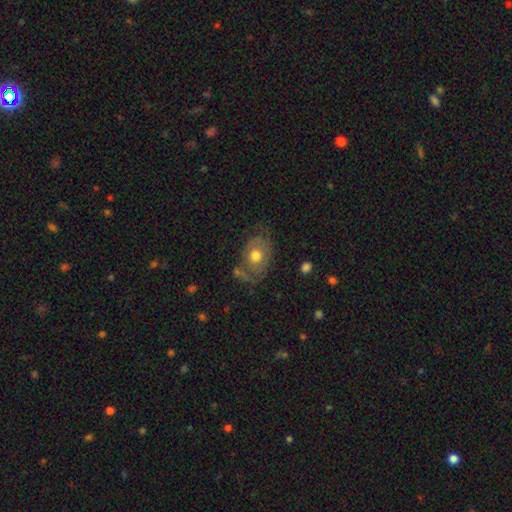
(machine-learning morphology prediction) Smooth or featured: featured or disk — 50% (smooth — 42%)
Edge-on disk: no — 94% (yes — 6%)
Merging: none — 54% (minor disturbance — 26%)